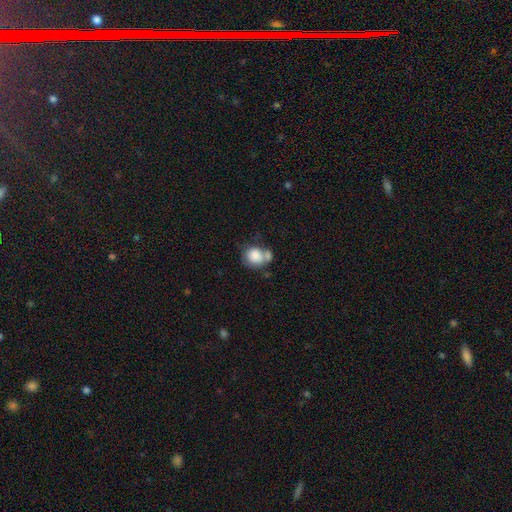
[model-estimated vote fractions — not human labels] smooth 80%, featured or disk 12%, star or artifact 8%. Down the decision tree: how rounded — round (67%); merging — merger (40%).